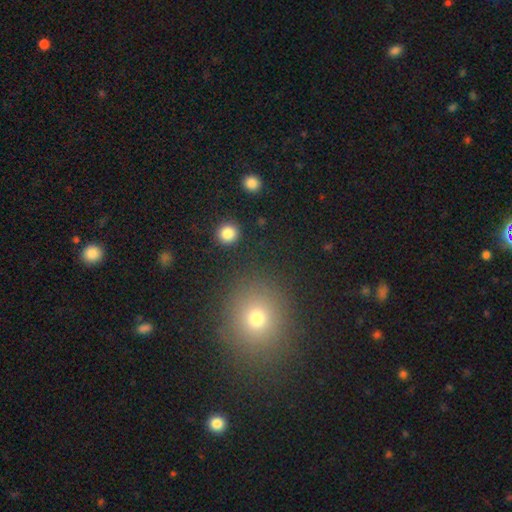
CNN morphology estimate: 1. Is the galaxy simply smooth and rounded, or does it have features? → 66% smooth, 26% star or artifact, 8% featured or disk.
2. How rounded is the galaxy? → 75% round, 23% in between, 1% cigar-shaped.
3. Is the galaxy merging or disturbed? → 89% none, 7% minor disturbance, 3% major disturbance, 2% merger.